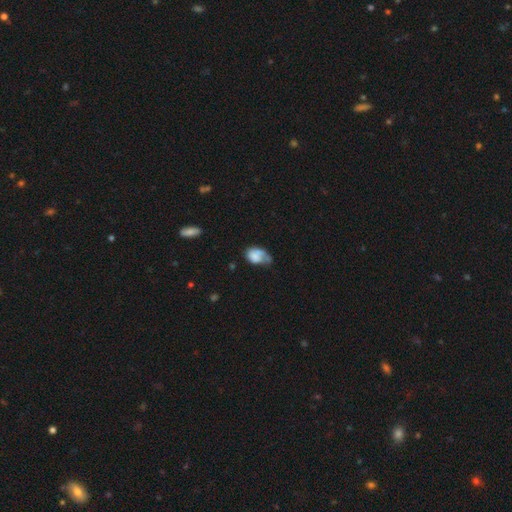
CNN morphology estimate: smooth_or_featured: smooth (p=0.67) [alt: featured or disk p=0.25]
how_rounded: in between (p=0.78) [alt: round p=0.21]
merging: minor disturbance (p=0.32) [alt: major disturbance p=0.30]